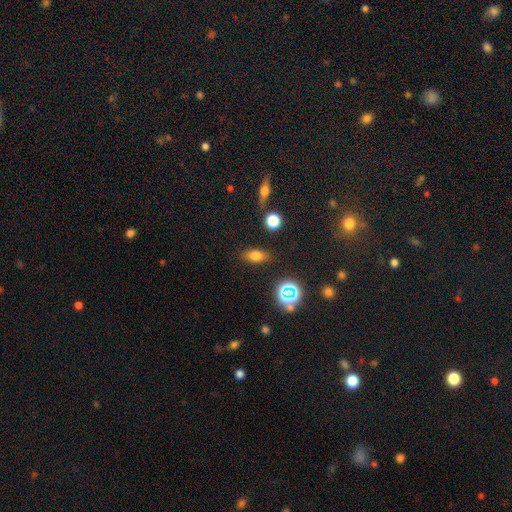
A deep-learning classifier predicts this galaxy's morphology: type=smooth (72%); roundness=in between (78%); merging=none (83%).